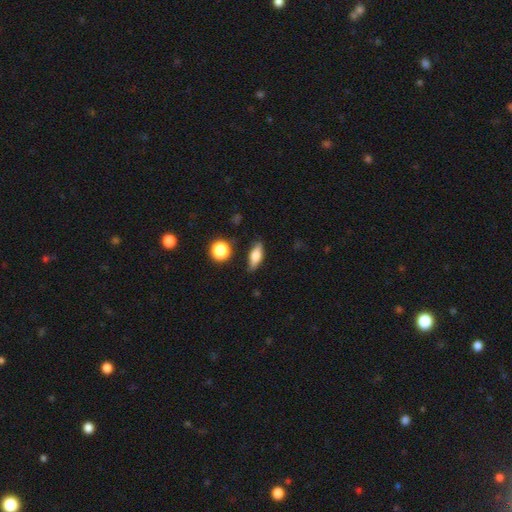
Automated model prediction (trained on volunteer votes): This appears to be a smooth galaxy with no disk features (67%) that is in between round and cigar-shaped (64%). Merging: none (81%).